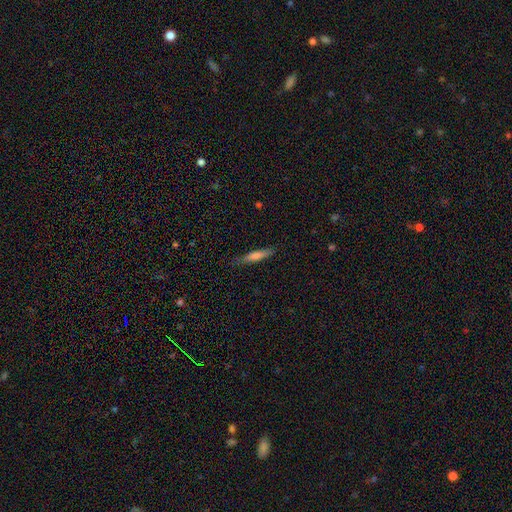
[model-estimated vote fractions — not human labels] smooth-or-featured: smooth: 59% | featured or disk: 35% | star or artifact: 7%
  how-rounded: cigar-shaped: 87% | in between: 11% | round: 2%
  merging: none: 83% | minor disturbance: 13% | major disturbance: 2% | merger: 1%